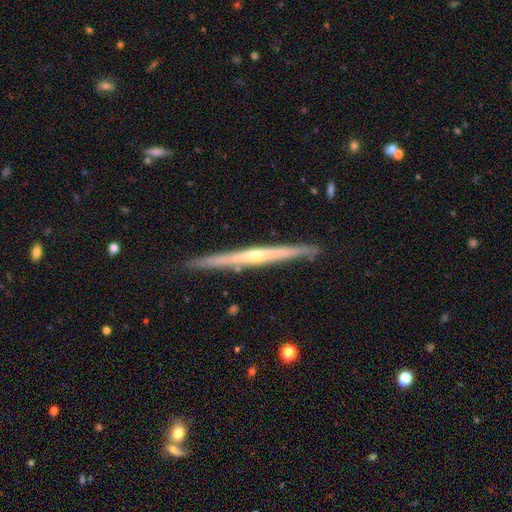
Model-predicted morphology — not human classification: Smooth or featured? Predicted: featured or disk (p=0.78). Edge-on disk? Predicted: yes (p=0.98). Edge-on bulge? Predicted: rounded (p=0.64). Merging? Predicted: none (p=0.89).